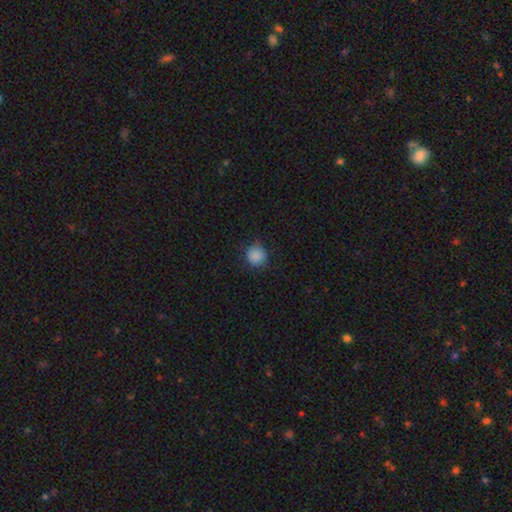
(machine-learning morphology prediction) Smooth or featured?
  - smooth: 86% *
  - star or artifact: 10%
  - featured or disk: 4%
How rounded?
  - round: 89% *
  - in between: 10%
  - cigar-shaped: 1%
Merging?
  - none: 78% *
  - minor disturbance: 17%
  - major disturbance: 4%
  - merger: 1%